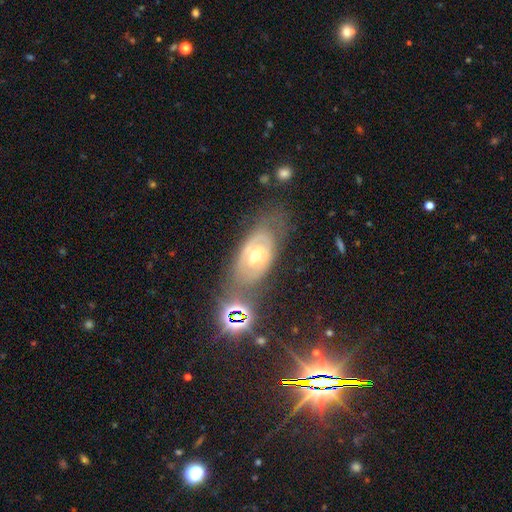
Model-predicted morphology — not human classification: Smooth or featured?
  - featured or disk: 72% *
  - smooth: 17%
  - star or artifact: 11%
Edge-on disk?
  - no: 92% *
  - yes: 8%
Bar?
  - no: 54% *
  - weak: 32%
  - strong: 14%
Spiral arms?
  - yes: 66% *
  - no: 34%
Bulge size?
  - moderate: 63% *
  - small: 32%
  - large: 3%
  - none: 1%
  - dominant: 1%
Merging?
  - none: 63% *
  - minor disturbance: 21%
  - major disturbance: 10%
  - merger: 5%